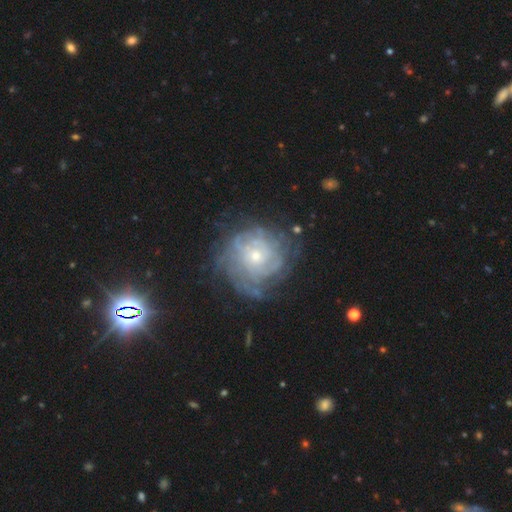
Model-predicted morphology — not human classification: A featured or disk galaxy (78%) with no bar (82%), tight (72%) spiral arms (85%) and a small central bulge (62%). Merging: none (68%).